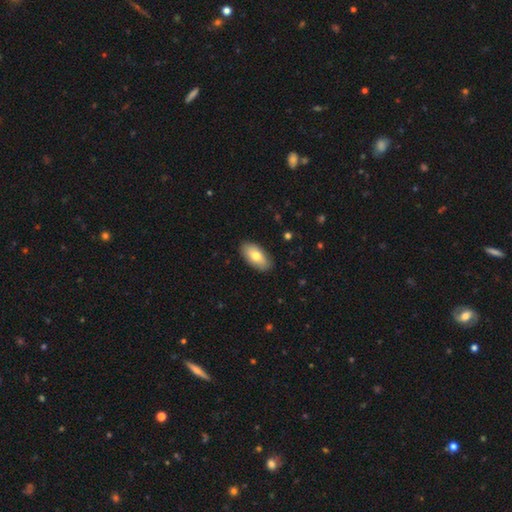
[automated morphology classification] Smooth or featured? Predicted: smooth (p=0.75). How rounded? Predicted: in between (p=0.91). Merging? Predicted: none (p=0.88).